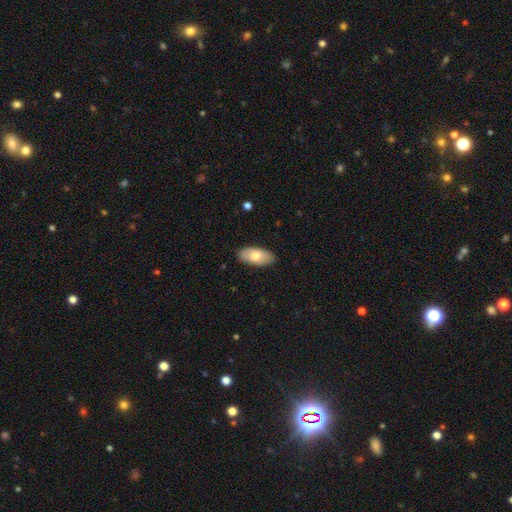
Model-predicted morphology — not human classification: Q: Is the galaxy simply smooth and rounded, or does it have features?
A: smooth — 74%.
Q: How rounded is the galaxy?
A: in between — 92%.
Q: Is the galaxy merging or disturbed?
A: none — 88%.